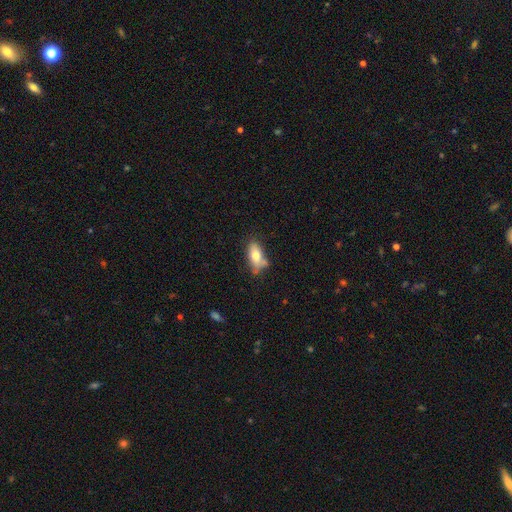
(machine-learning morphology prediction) Overall: smooth (72%). How rounded: in between (88%). Merging: none (52%; minor disturbance 27%).